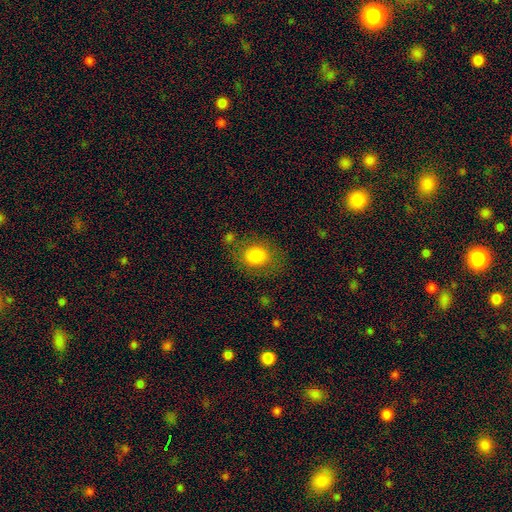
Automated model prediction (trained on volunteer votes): Smooth or featured? smooth (81%)
How rounded? round (57%)
Merging? none (73%)